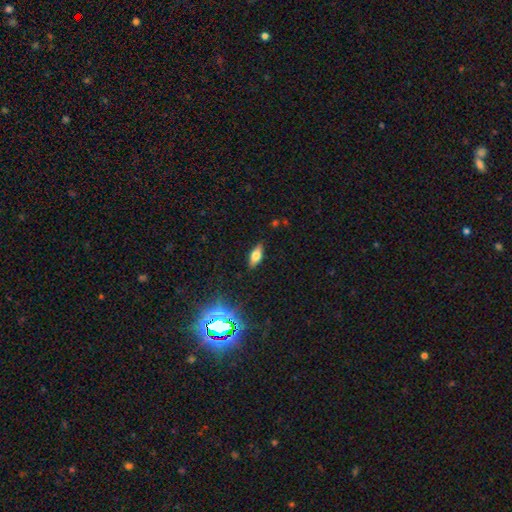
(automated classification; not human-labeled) Smooth or featured?
  - smooth: 58% *
  - featured or disk: 29%
  - star or artifact: 12%
How rounded?
  - in between: 74% *
  - cigar-shaped: 22%
  - round: 4%
Merging?
  - none: 87% *
  - minor disturbance: 10%
  - major disturbance: 2%
  - merger: 1%